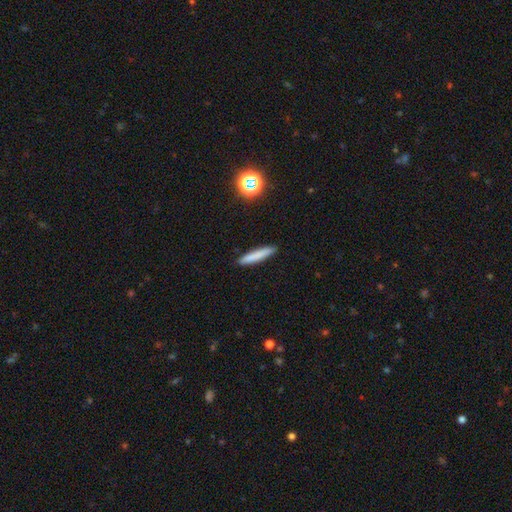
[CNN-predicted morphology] A smooth galaxy with no disk features (78%) that is cigar-shaped (92%). Merging: none (91%).